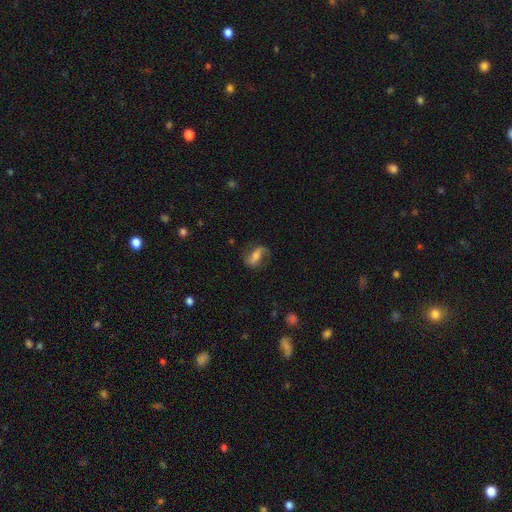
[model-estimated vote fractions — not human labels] Smooth or featured: featured or disk — 56% (smooth — 36%)
Edge-on disk: no — 92% (yes — 8%)
Bar: strong — 42% (weak — 33%)
Spiral arms: yes — 87% (no — 13%)
Bulge size: moderate — 39% (small — 34%)
Merging: none — 66% (minor disturbance — 20%)